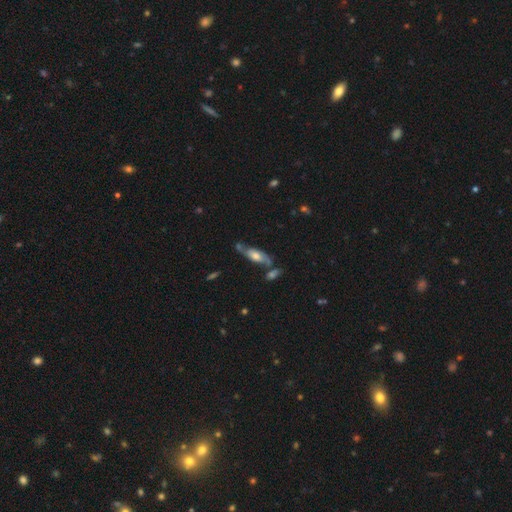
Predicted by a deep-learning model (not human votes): smooth_or_featured: featured or disk (p=0.52) [alt: smooth p=0.41]
disk_edge_on: no (p=0.65) [alt: yes p=0.35]
merging: none (p=0.54) [alt: minor disturbance p=0.20]